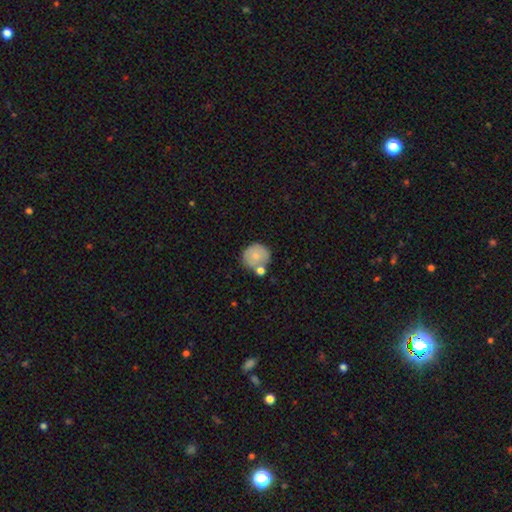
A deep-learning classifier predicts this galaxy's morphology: Overall: smooth (74%). How rounded: round (89%). Merging: none (60%; merger 22%).